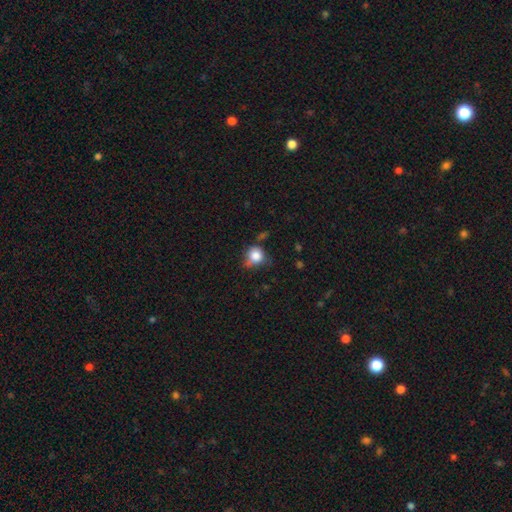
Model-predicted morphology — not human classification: Smooth or featured? Predicted: smooth (p=0.81). How rounded? Predicted: round (p=0.78). Merging? Predicted: none (p=0.50).